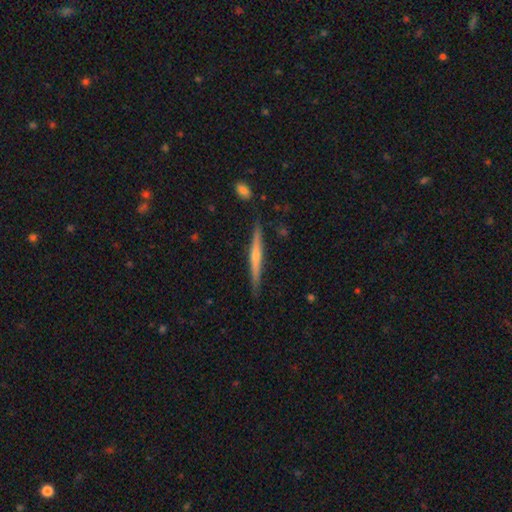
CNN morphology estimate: Overall: featured or disk (72%). Edge-on disk: yes (97%). Edge-on bulge: rounded (75%). Merging: none (88%).